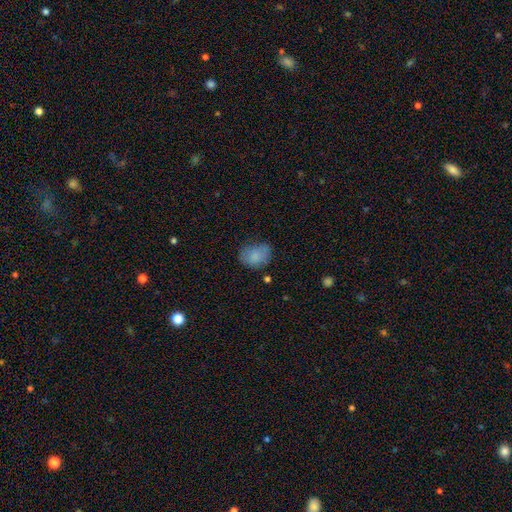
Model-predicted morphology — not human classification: Smooth or featured? smooth (80%)
How rounded? in between (65%)
Merging? none (63%)